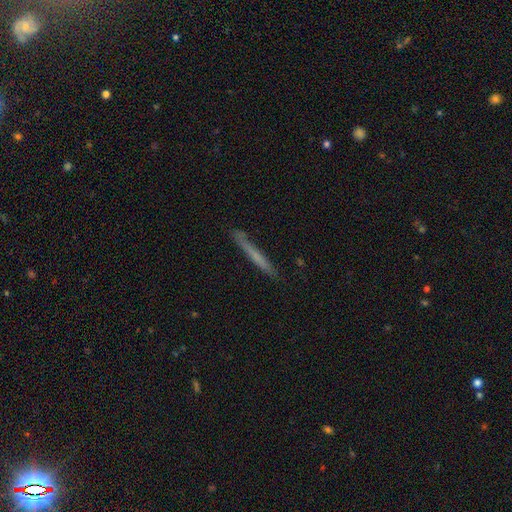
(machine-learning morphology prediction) Smooth or featured? smooth (56%)
How rounded? cigar-shaped (97%)
Merging? none (84%)